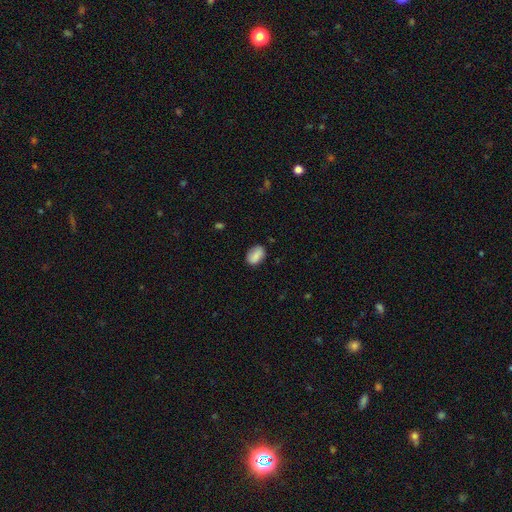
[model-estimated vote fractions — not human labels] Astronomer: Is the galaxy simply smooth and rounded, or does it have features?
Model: smooth — 83%.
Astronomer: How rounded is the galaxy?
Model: in between — 84%.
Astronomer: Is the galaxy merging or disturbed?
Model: none — 80%.